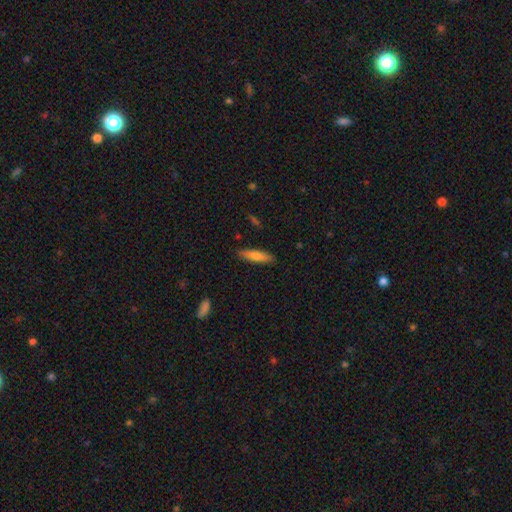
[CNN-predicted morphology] Smooth or featured?
  - smooth: 71% *
  - featured or disk: 22%
  - star or artifact: 6%
How rounded?
  - cigar-shaped: 67% *
  - in between: 31%
  - round: 2%
Merging?
  - none: 88% *
  - minor disturbance: 9%
  - major disturbance: 2%
  - merger: 1%